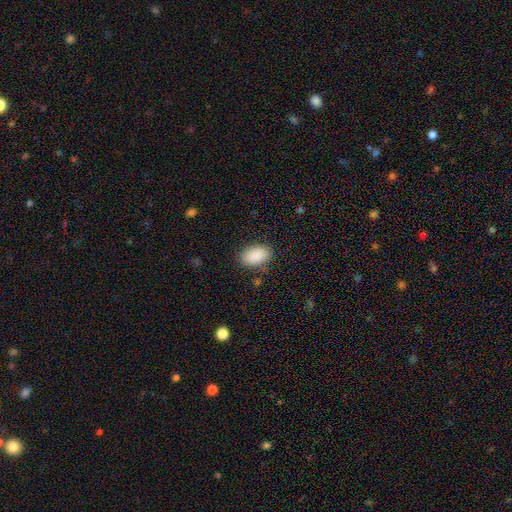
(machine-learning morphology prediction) Overall: smooth (90%). How rounded: in between (92%). Merging: none (84%).